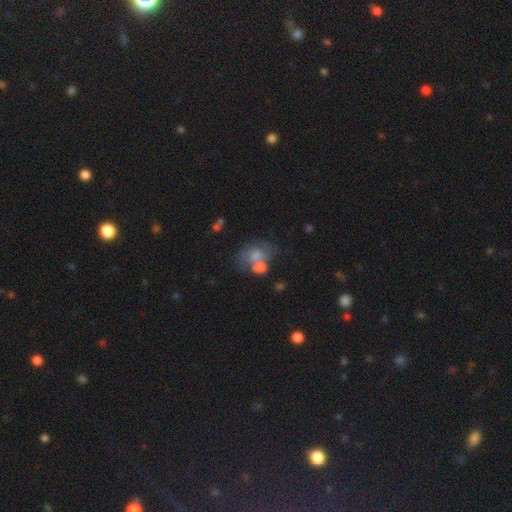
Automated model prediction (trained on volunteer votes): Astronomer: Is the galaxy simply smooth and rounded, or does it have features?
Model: smooth — 48% (runner-up: featured or disk, 34%).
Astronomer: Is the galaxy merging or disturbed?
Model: none — 36% (runner-up: merger, 35%).